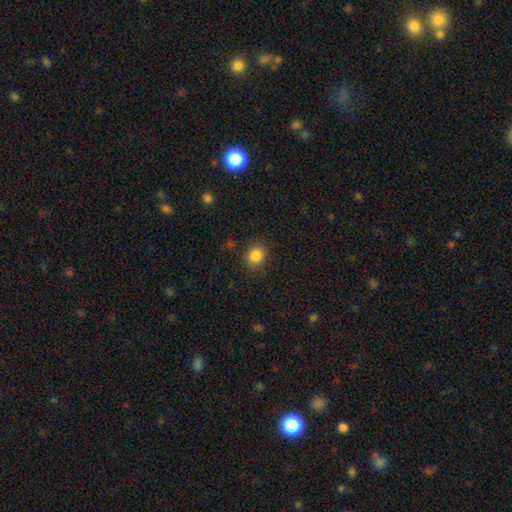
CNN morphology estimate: A smooth galaxy with no disk features (85%) that is round (73%). Merging: none (86%).